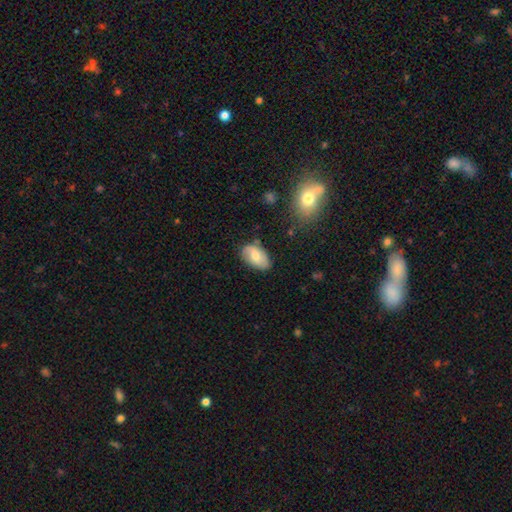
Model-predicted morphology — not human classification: smooth_or_featured: smooth (p=0.61) [alt: featured or disk p=0.32]
how_rounded: in between (p=0.93) [alt: round p=0.05]
merging: none (p=0.71) [alt: minor disturbance p=0.22]